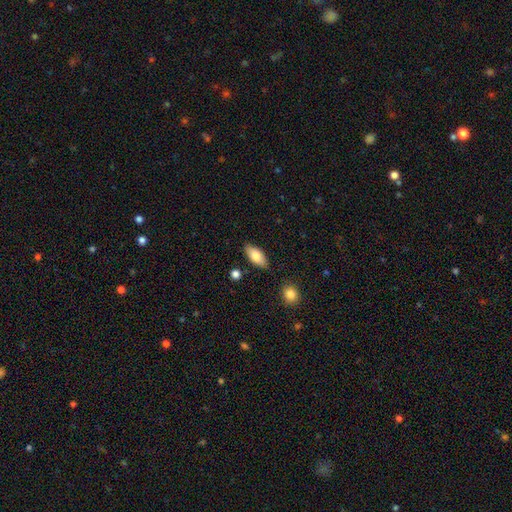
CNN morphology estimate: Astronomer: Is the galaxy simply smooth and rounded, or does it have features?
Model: smooth — 80%.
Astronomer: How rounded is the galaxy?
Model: in between — 87%.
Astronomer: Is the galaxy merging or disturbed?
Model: none — 84%.